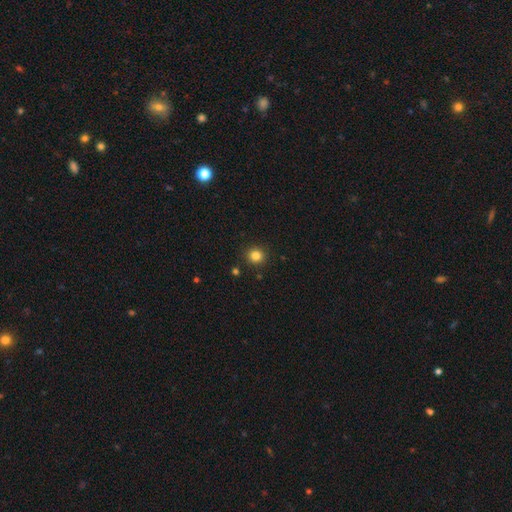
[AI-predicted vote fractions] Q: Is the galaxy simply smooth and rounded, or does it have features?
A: smooth — 83%.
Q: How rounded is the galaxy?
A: round — 93%.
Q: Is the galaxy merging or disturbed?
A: none — 91%.